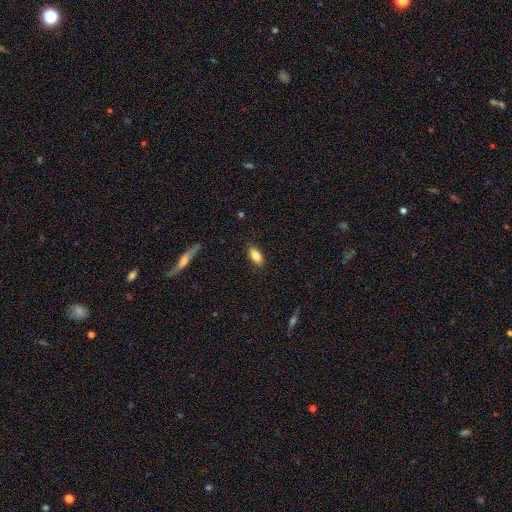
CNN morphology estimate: type=smooth (85%); roundness=in between (84%); merging=none (86%).